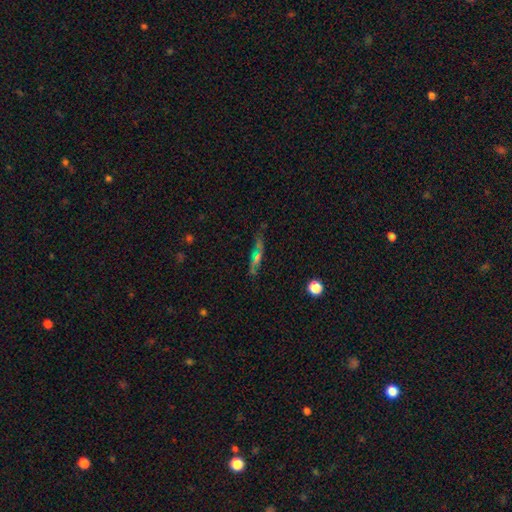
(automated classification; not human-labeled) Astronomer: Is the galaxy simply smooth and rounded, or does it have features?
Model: featured or disk — 51% (runner-up: smooth, 31%).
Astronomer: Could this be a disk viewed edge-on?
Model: yes — 58% (runner-up: no, 42%).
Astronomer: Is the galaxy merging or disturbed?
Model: none — 66%.